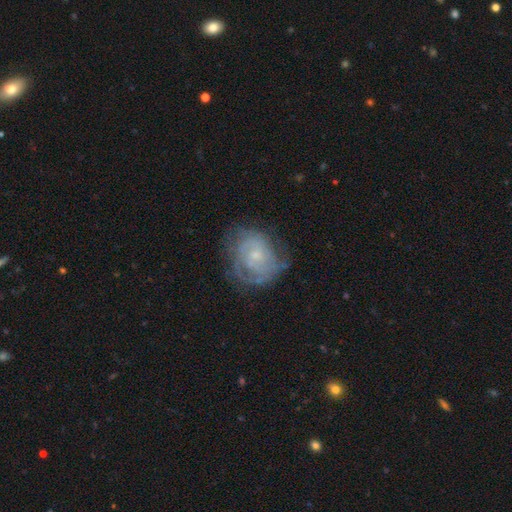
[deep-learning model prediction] Morphology: type=featured or disk (73%); edge-on=no (98%); bar=no (74%); spiral arms=yes (84%); winding=tight (61%); arm count=can't tell (45%); bulge=small (69%); merging=none (62%).